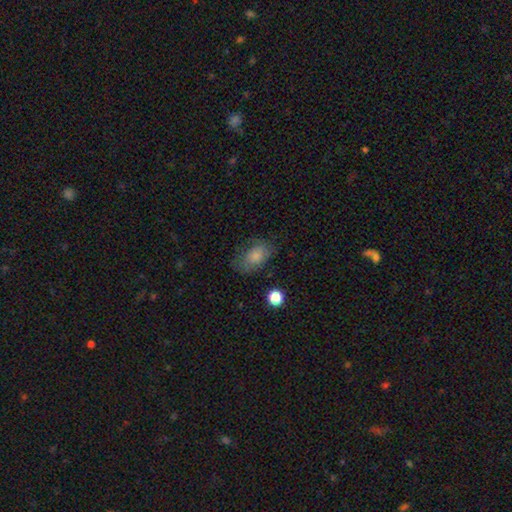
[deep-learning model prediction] Morphology: type=smooth (74%); roundness=in between (85%); merging=none (62%).